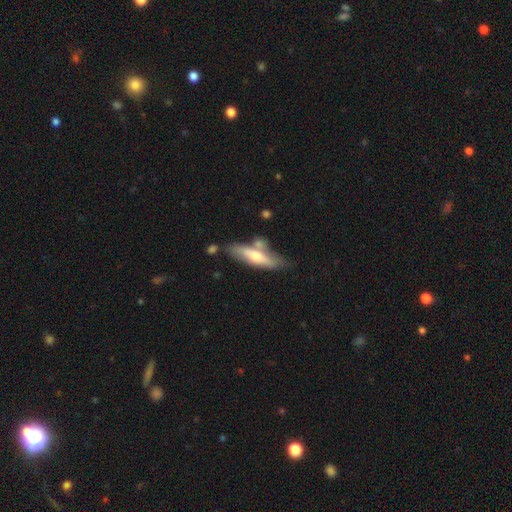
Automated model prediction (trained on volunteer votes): Q: Smooth or featured?
A: featured or disk (50%); runner-up: smooth (45%)
Q: Merging?
A: none (60%); runner-up: minor disturbance (19%)